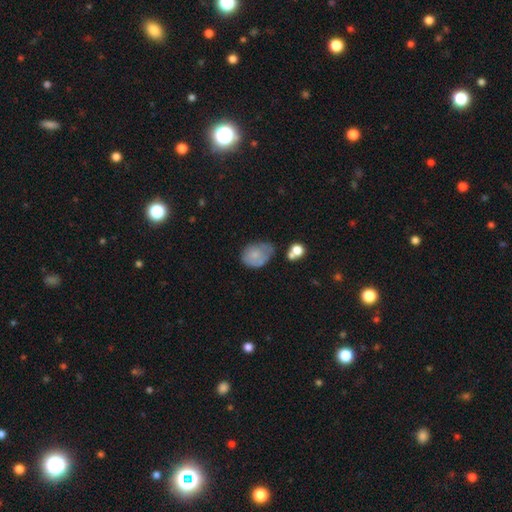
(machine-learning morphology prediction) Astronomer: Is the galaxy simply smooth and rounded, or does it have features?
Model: smooth — 67%.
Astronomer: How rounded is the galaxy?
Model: in between — 70%.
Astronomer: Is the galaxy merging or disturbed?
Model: none — 38% (runner-up: minor disturbance, 35%).